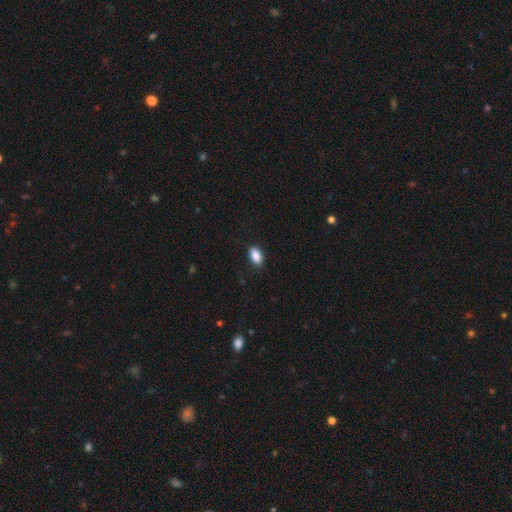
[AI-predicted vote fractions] Smooth or featured?
  - smooth: 89% *
  - star or artifact: 8%
  - featured or disk: 4%
How rounded?
  - in between: 91% *
  - round: 6%
  - cigar-shaped: 3%
Merging?
  - none: 86% *
  - minor disturbance: 11%
  - major disturbance: 2%
  - merger: 1%